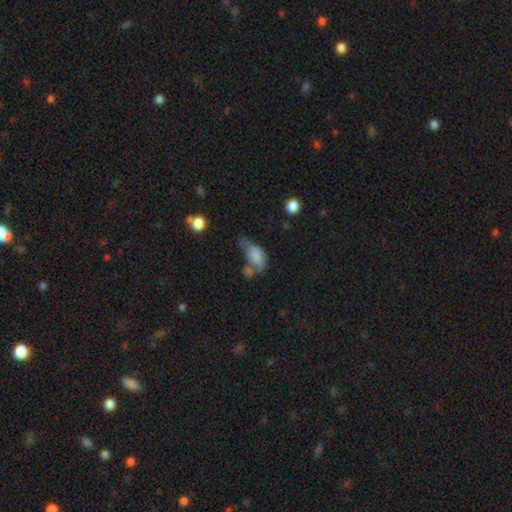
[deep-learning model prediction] This is likely a smooth galaxy (71%). How rounded: clearly in between (89%). Merging: marginally major disturbance (29%).